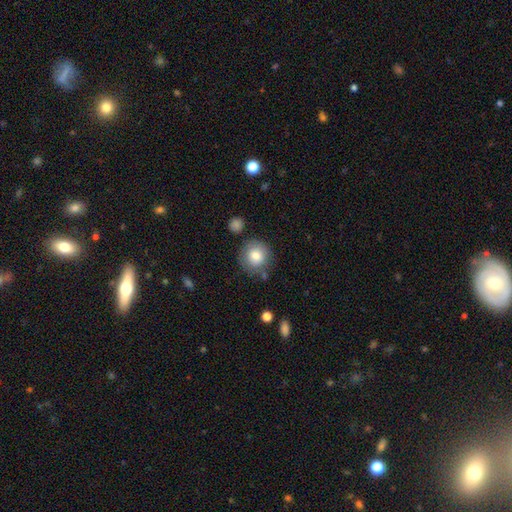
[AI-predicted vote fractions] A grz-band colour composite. It shows a smooth galaxy with no disk features (80%) that is round (92%). Merging: none (77%).